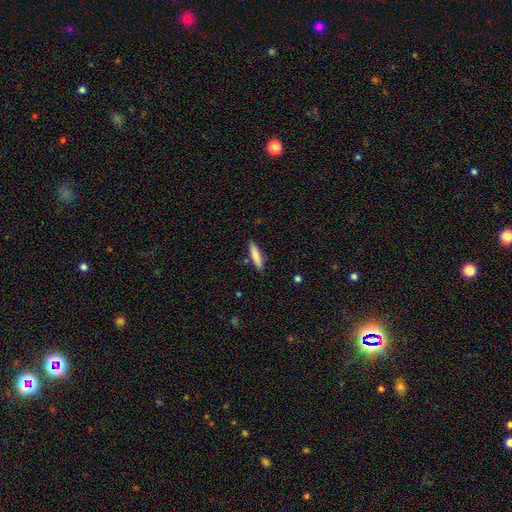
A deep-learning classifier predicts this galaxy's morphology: This appears to be a smooth galaxy with no disk features (83%) that is cigar-shaped (79%). Merging: none (85%).